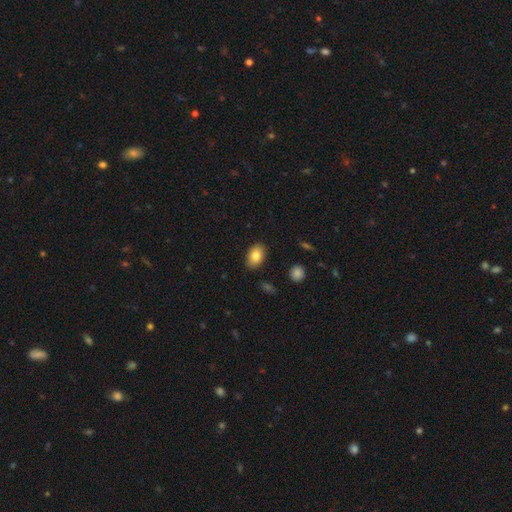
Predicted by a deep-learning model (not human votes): The model was most divided on "smooth or featured": smooth: 82%, featured or disk: 10%, star or artifact: 8%. More confident: merging — none (87%); how rounded — in between (86%).